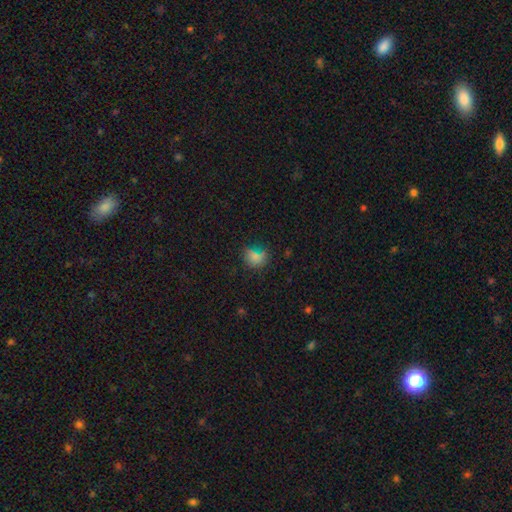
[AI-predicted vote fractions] Overall: smooth (69%). How rounded: round (62%; in between 36%). Merging: none (67%).